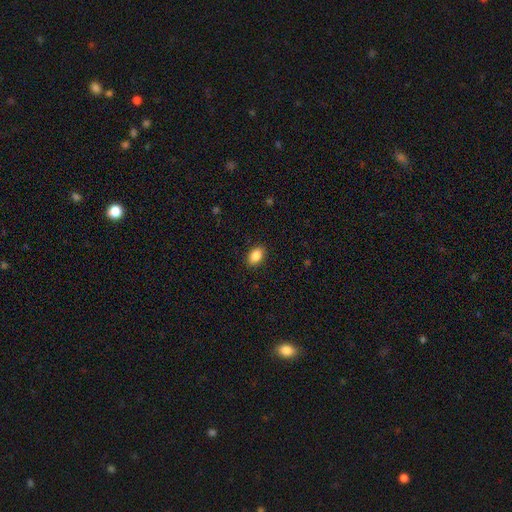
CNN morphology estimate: type=smooth (87%); roundness=in between (86%); merging=none (89%).